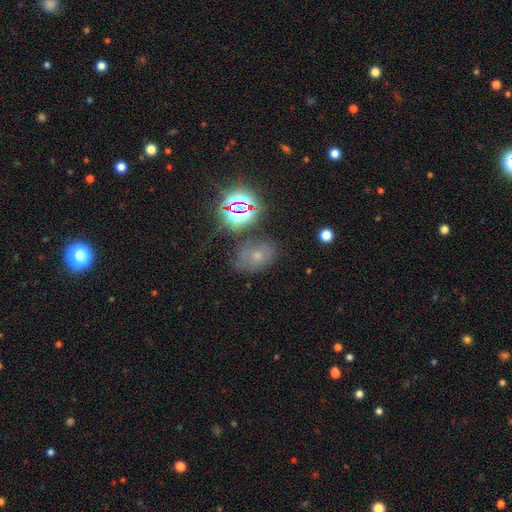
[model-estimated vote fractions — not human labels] Smooth or featured? smooth (41%)
Merging? none (63%)